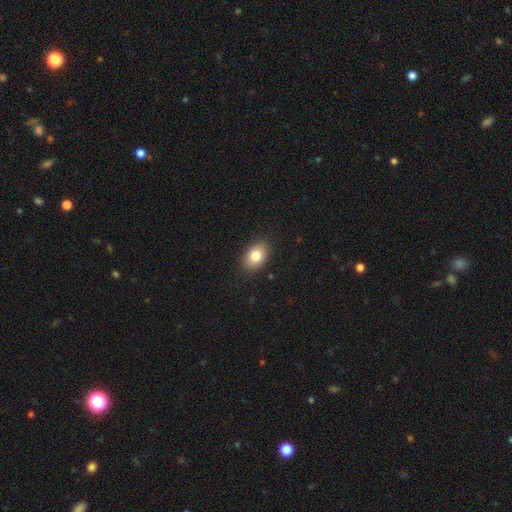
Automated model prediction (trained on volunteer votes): The model was most divided on "how rounded": in between: 84%, round: 15%, cigar-shaped: 1%. More confident: merging — none (88%); smooth or featured — smooth (82%).